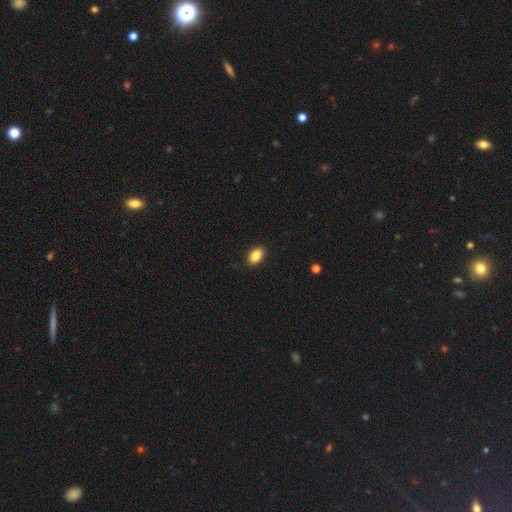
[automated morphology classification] smooth_or_featured: smooth (p=0.86) [alt: star or artifact p=0.08]
how_rounded: in between (p=0.88) [alt: round p=0.10]
merging: none (p=0.89) [alt: minor disturbance p=0.08]